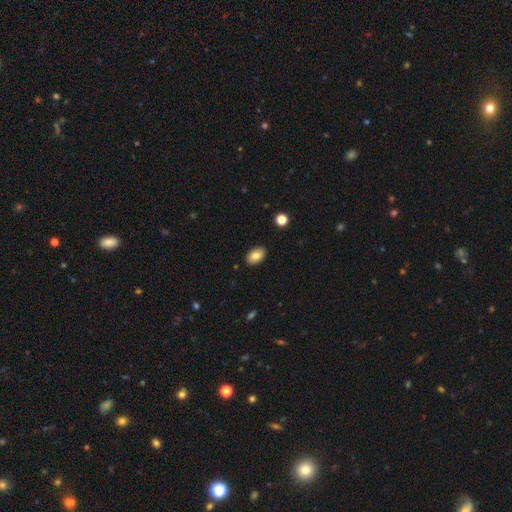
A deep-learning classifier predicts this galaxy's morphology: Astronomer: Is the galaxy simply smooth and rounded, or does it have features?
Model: smooth — 83%.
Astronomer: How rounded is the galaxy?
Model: in between — 89%.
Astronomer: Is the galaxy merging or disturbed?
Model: none — 89%.